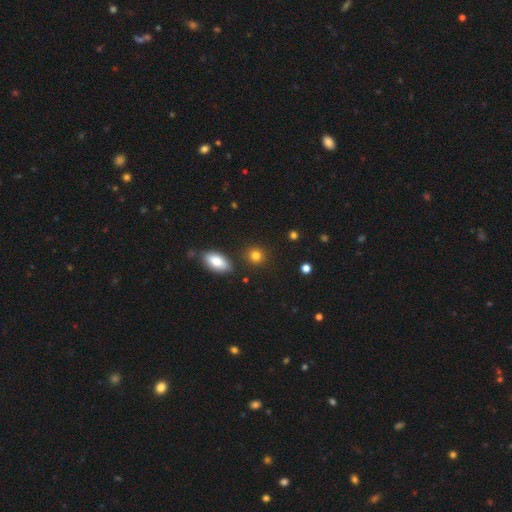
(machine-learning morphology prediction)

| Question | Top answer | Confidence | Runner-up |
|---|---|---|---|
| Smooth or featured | smooth | 83% | star or artifact (11%) |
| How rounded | round | 82% | in between (16%) |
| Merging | none | 86% | minor disturbance (8%) |